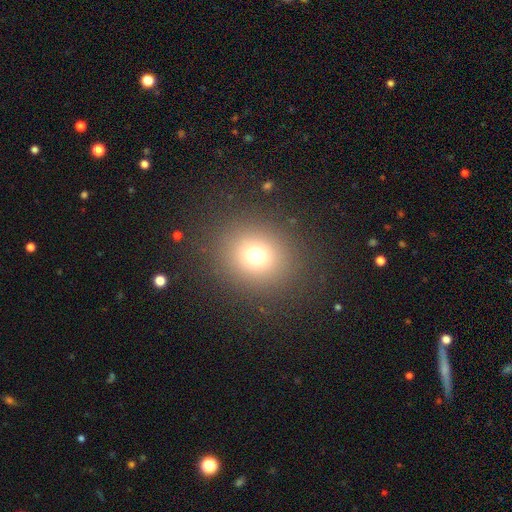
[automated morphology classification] A smooth galaxy with no disk features (69%) that is round (85%). Merging: none (87%).